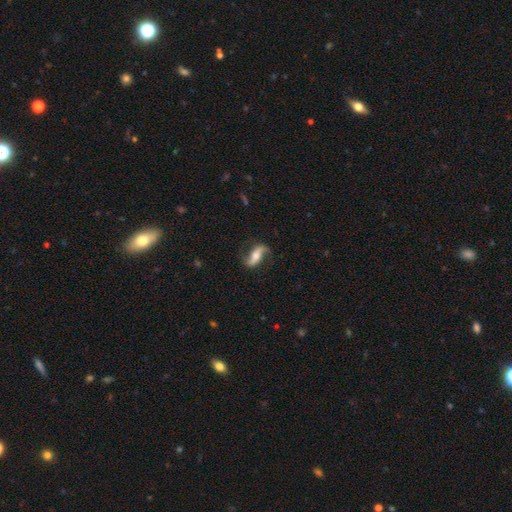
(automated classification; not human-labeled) Smooth or featured? featured or disk (78%)
Edge-on disk? no (87%)
Bar? strong (45%)
Spiral arms? yes (93%)
Spiral winding? loose (75%)
Spiral arm count? 2 (92%)
Bulge size? moderate (59%)
Merging? none (77%)